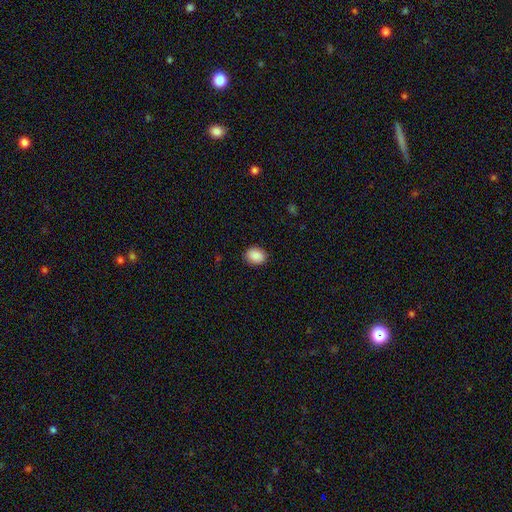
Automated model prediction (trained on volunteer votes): A smooth galaxy with no disk features (90%) that is in between round and cigar-shaped (55%). Merging: none (89%).